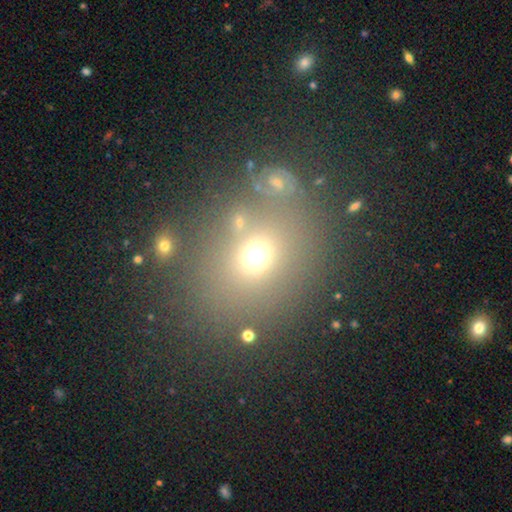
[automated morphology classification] A smooth galaxy with no disk features (63%) that is round (68%).

Vote fractions:
- Smooth or featured? smooth: 63% / star or artifact: 26% / featured or disk: 12%
- How rounded? round: 68% / in between: 30% / cigar-shaped: 1%
- Merging? none: 73% / minor disturbance: 11% / merger: 10% / major disturbance: 6%